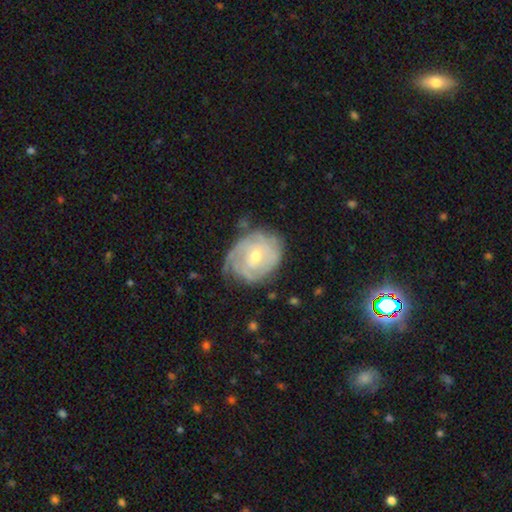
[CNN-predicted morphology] smooth_or_featured: featured or disk (p=0.78) [alt: smooth p=0.16]
disk_edge_on: no (p=0.97) [alt: yes p=0.03]
bar: no (p=0.59) [alt: weak p=0.35]
has_spiral_arms: yes (p=0.88) [alt: no p=0.12]
spiral_winding: tight (p=0.69) [alt: medium p=0.23]
spiral_arm_count: can't tell (p=0.49) [alt: 2 p=0.19]
bulge_size: moderate (p=0.52) [alt: small p=0.44]
merging: none (p=0.61) [alt: minor disturbance p=0.26]